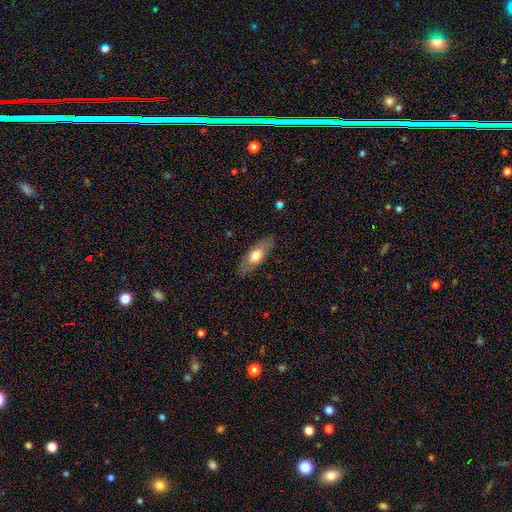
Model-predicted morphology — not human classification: The model was most divided on "smooth or featured": smooth: 63%, featured or disk: 31%, star or artifact: 6%. More confident: merging — none (84%); how rounded — in between (77%).